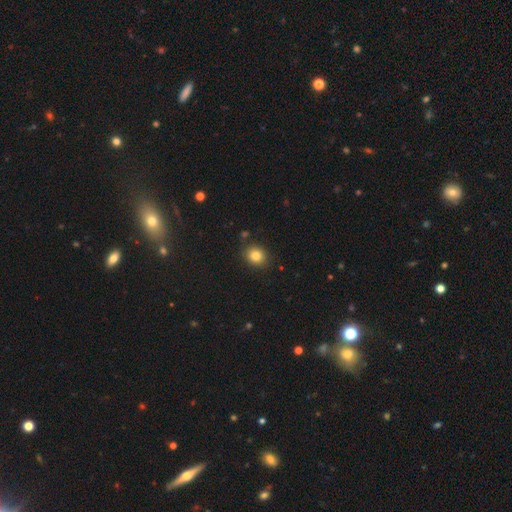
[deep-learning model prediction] Smooth or featured: smooth — 82% (star or artifact — 11%)
How rounded: round — 65% (in between — 34%)
Merging: none — 86% (minor disturbance — 9%)